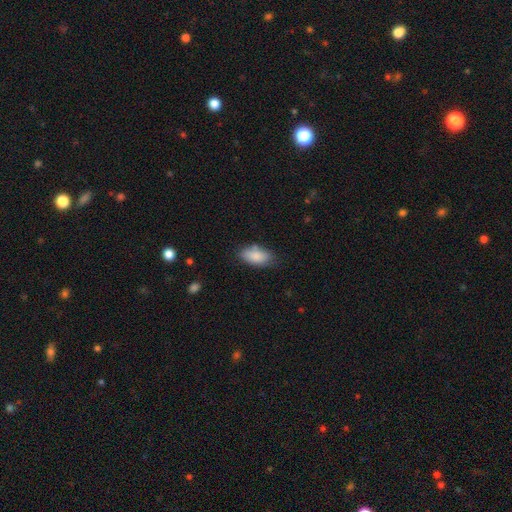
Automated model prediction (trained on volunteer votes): Smooth or featured? Predicted: smooth (p=0.86). How rounded? Predicted: in between (p=0.90). Merging? Predicted: none (p=0.72).